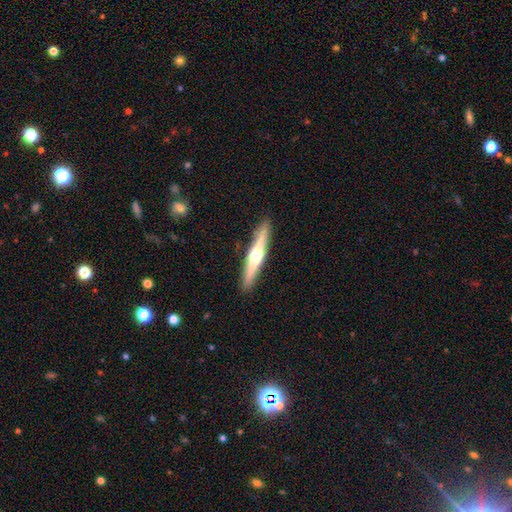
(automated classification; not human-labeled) Q: Smooth or featured?
A: featured or disk (67%); runner-up: smooth (28%)
Q: Edge-on disk?
A: yes (97%); runner-up: no (3%)
Q: Edge-on bulge?
A: rounded (93%); runner-up: none (4%)
Q: Merging?
A: none (91%); runner-up: minor disturbance (6%)